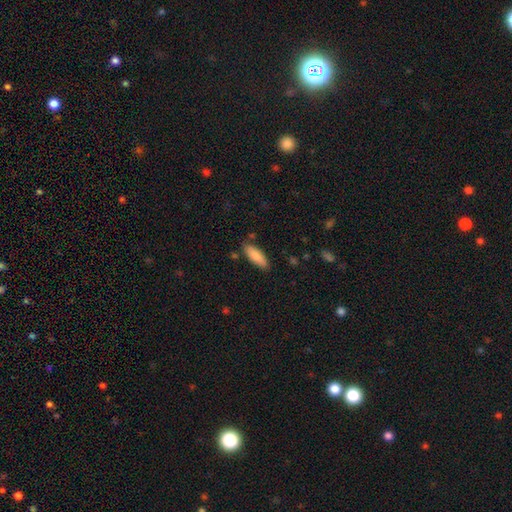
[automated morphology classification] A smooth galaxy with no disk features (86%) that is in between round and cigar-shaped (63%).

Vote fractions:
- Smooth or featured? smooth: 86% / featured or disk: 8% / star or artifact: 6%
- How rounded? in between: 63% / cigar-shaped: 35% / round: 2%
- Merging? none: 82% / minor disturbance: 13% / merger: 3% / major disturbance: 3%